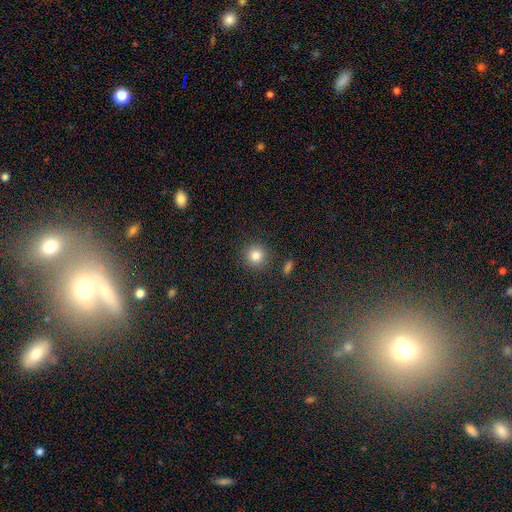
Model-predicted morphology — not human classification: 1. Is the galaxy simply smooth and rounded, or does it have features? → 83% smooth, 11% star or artifact, 6% featured or disk.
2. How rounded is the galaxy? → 93% round, 6% in between, 1% cigar-shaped.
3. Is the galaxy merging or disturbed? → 88% none, 7% minor disturbance, 3% major disturbance, 2% merger.